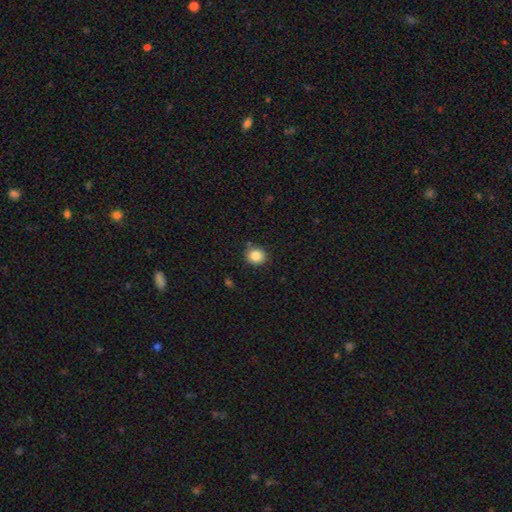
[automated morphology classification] Smooth or featured?
  - smooth: 85% *
  - star or artifact: 10%
  - featured or disk: 5%
How rounded?
  - round: 83% *
  - in between: 16%
  - cigar-shaped: 1%
Merging?
  - none: 81% *
  - minor disturbance: 13%
  - merger: 3%
  - major disturbance: 3%